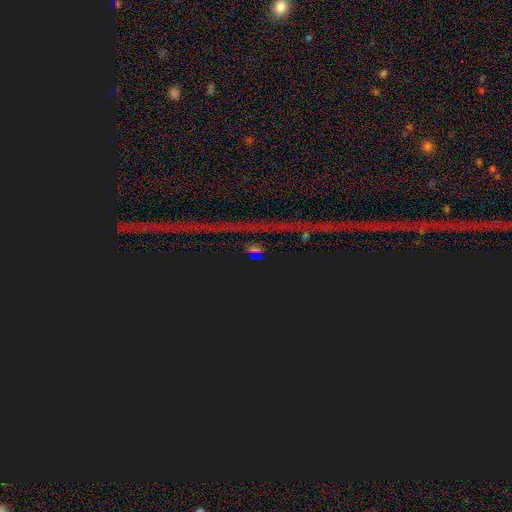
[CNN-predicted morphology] type=star or artifact (74%).